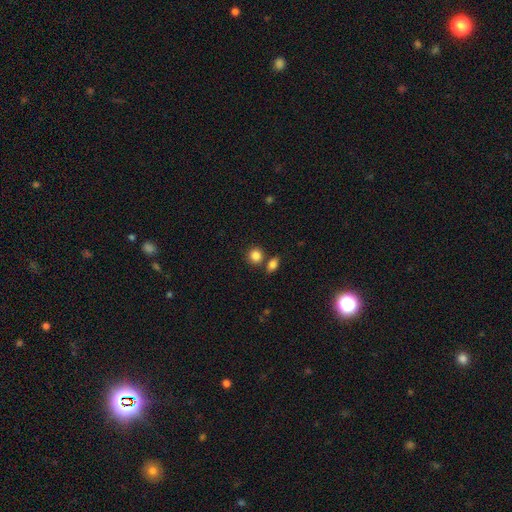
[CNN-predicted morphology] Smooth or featured: smooth — 84% (star or artifact — 10%)
How rounded: round — 81% (in between — 18%)
Merging: none — 69% (merger — 19%)